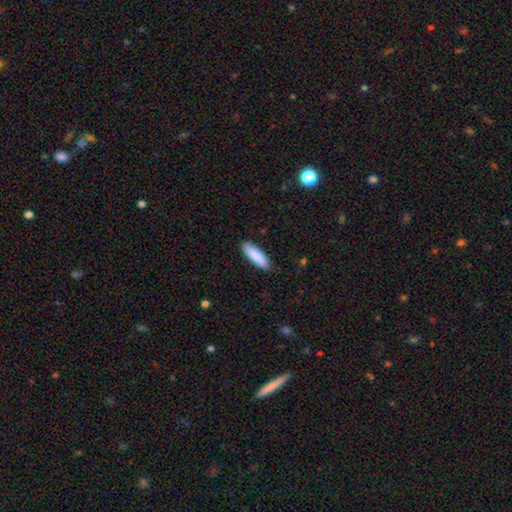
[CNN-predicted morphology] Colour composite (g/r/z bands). It shows a smooth galaxy with no disk features (89%) that is cigar-shaped (51%). Merging: none (87%).